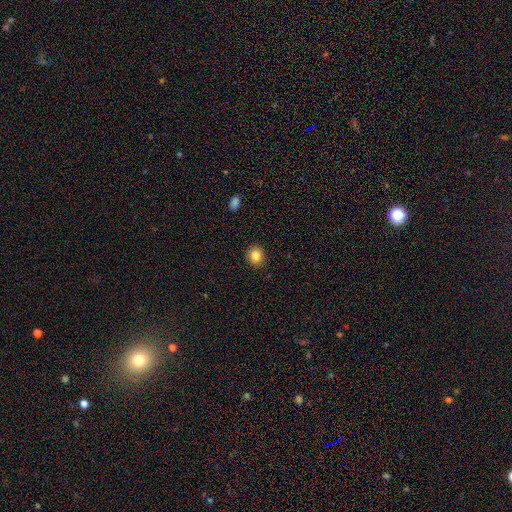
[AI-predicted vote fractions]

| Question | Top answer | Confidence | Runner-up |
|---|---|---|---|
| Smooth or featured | smooth | 84% | star or artifact (10%) |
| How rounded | round | 77% | in between (22%) |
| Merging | none | 90% | minor disturbance (7%) |